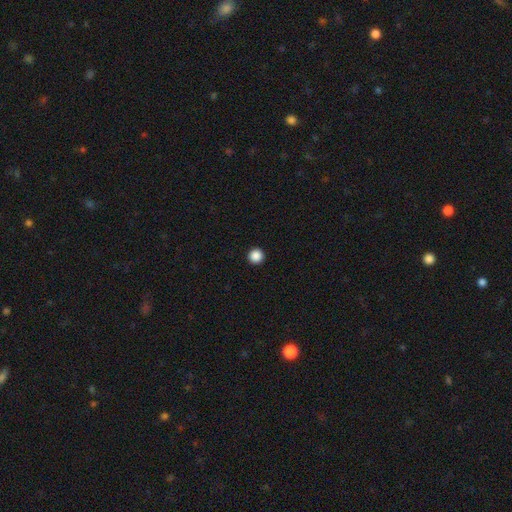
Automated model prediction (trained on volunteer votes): The model was most divided on "smooth or featured": smooth: 88%, star or artifact: 10%, featured or disk: 2%. More confident: how rounded — round (97%); merging — none (95%).